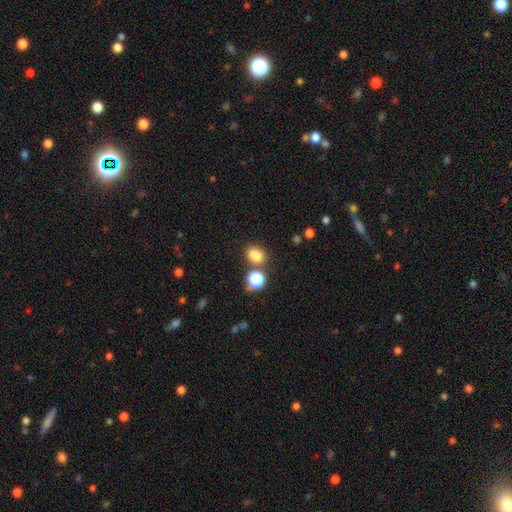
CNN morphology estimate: A smooth galaxy with no disk features (80%) that is in between round and cigar-shaped (56%). Merging: none (68%).